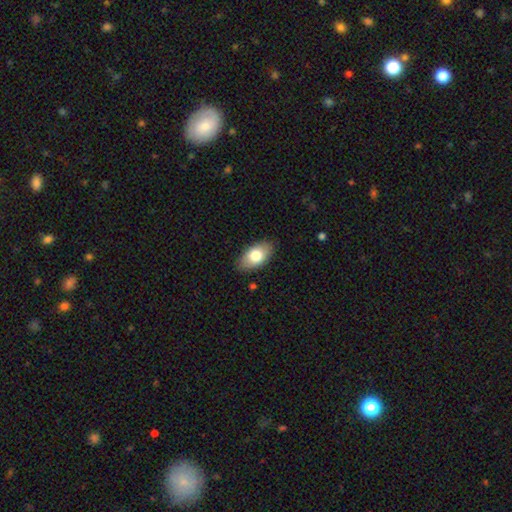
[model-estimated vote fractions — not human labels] Smooth or featured?
  - smooth: 77% *
  - featured or disk: 17%
  - star or artifact: 7%
How rounded?
  - in between: 93% *
  - round: 4%
  - cigar-shaped: 3%
Merging?
  - none: 86% *
  - minor disturbance: 10%
  - major disturbance: 2%
  - merger: 1%